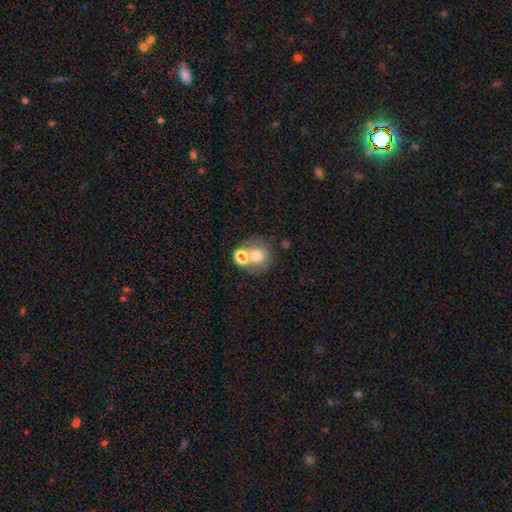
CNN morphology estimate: smooth-or-featured: smooth: 68% | featured or disk: 21% | star or artifact: 11%
  how-rounded: round: 74% | in between: 25% | cigar-shaped: 1%
  merging: merger: 42% | none: 40% | minor disturbance: 11% | major disturbance: 7%